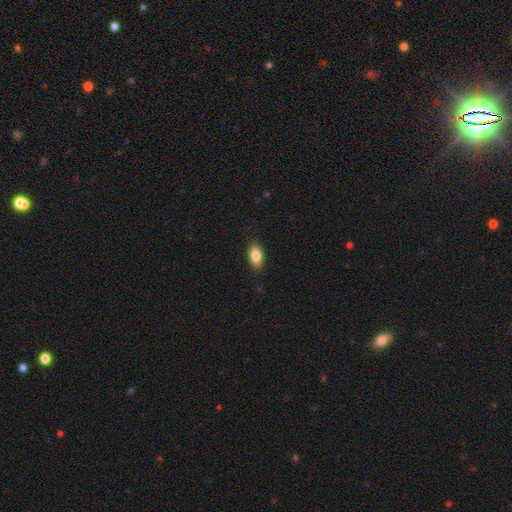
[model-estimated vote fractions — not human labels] Smooth or featured? smooth (85%)
How rounded? in between (88%)
Merging? none (88%)